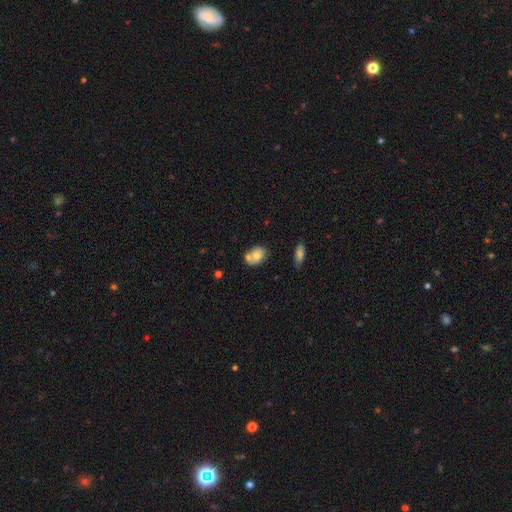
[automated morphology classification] smooth-or-featured: smooth: 64% | featured or disk: 27% | star or artifact: 8%
  how-rounded: in between: 68% | round: 30% | cigar-shaped: 1%
  merging: none: 44% | merger: 33% | minor disturbance: 17% | major disturbance: 5%